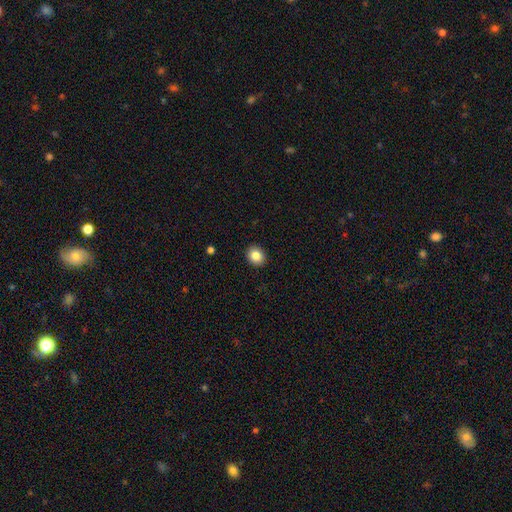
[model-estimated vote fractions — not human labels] Smooth or featured? Predicted: smooth (p=0.85). How rounded? Predicted: round (p=0.69). Merging? Predicted: none (p=0.92).